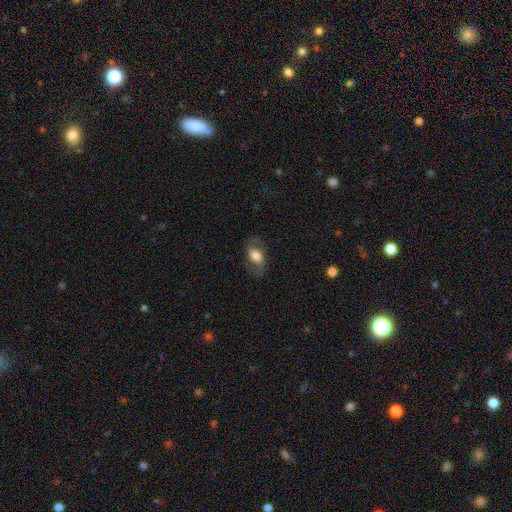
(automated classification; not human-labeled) smooth 48%, featured or disk 43%, star or artifact 8%. Down the decision tree: merging — none (70%).